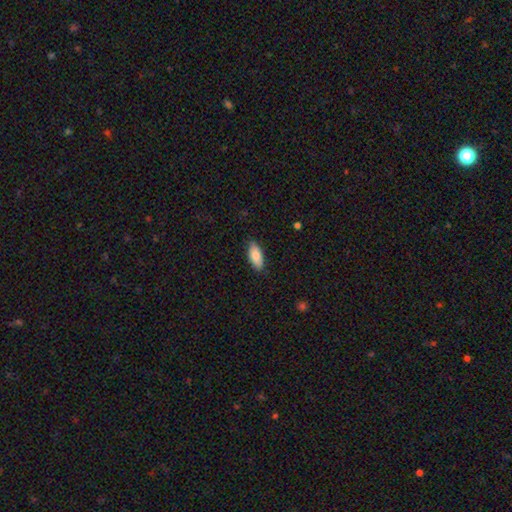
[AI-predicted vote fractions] Smooth or featured? Predicted: smooth (p=0.84). How rounded? Predicted: in between (p=0.86). Merging? Predicted: none (p=0.85).